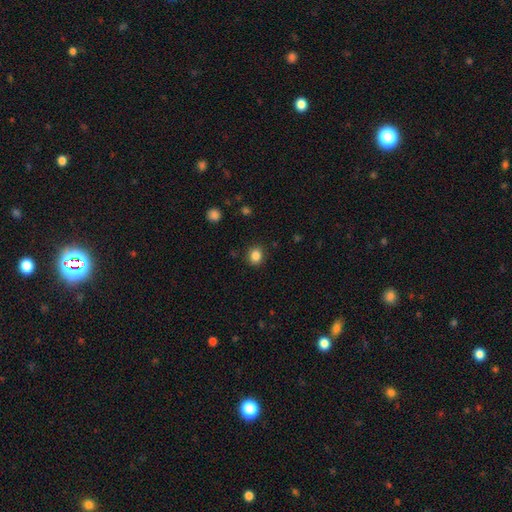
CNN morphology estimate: The model was most divided on "how rounded": round: 69%, in between: 30%, cigar-shaped: 1%. More confident: merging — none (89%); smooth or featured — smooth (85%).